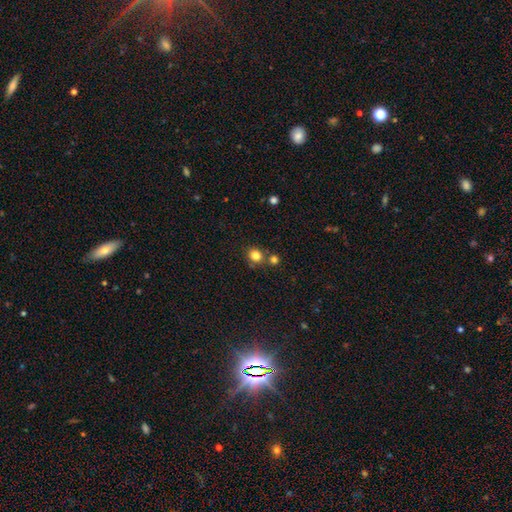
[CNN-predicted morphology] type=smooth (81%); roundness=round (77%); merging=none (69%).